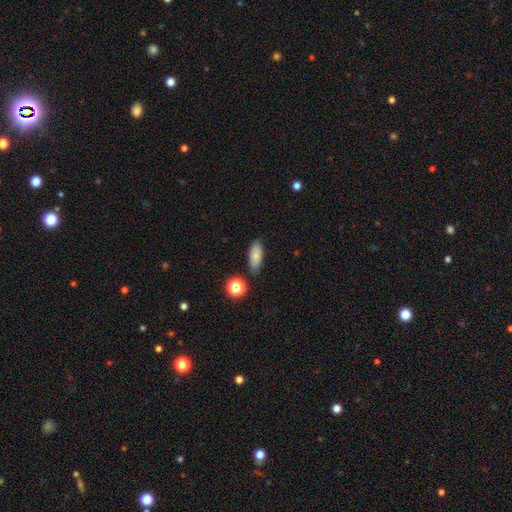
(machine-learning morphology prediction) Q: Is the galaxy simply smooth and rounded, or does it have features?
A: smooth — 82%.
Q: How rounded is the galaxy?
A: in between — 83%.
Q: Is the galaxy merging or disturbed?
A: none — 83%.